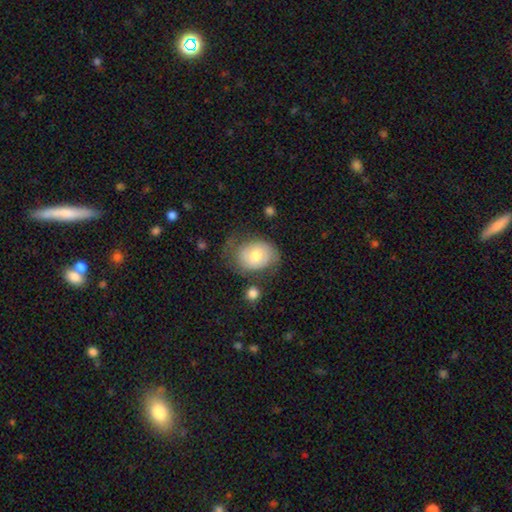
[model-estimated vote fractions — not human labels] Morphology: type=smooth (53%); roundness=in between (57%); merging=none (51%).